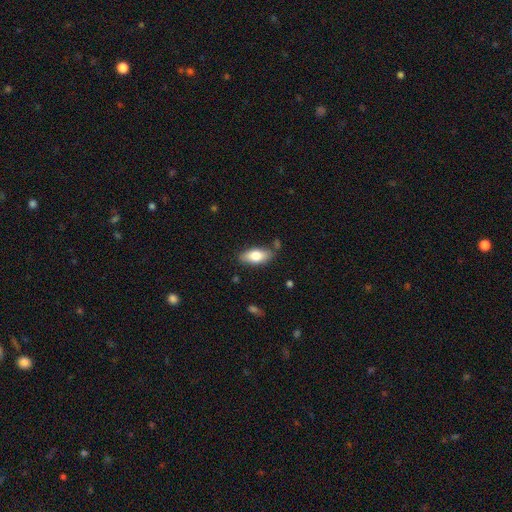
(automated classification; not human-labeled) Overall: smooth (78%). How rounded: in between (87%). Merging: none (78%).